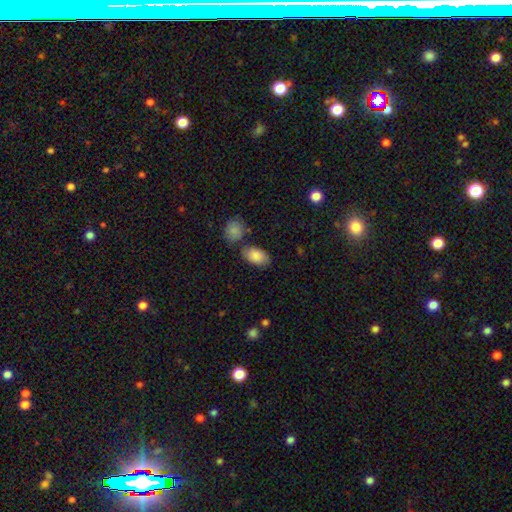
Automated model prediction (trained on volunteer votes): The model was most divided on "merging": none: 66%, minor disturbance: 17%, merger: 13%, major disturbance: 4%. More confident: how rounded — in between (92%); smooth or featured — smooth (86%).